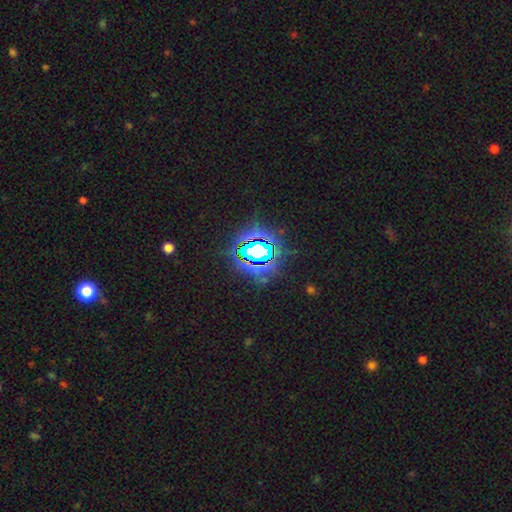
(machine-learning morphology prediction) Overall: star or artifact (77%).